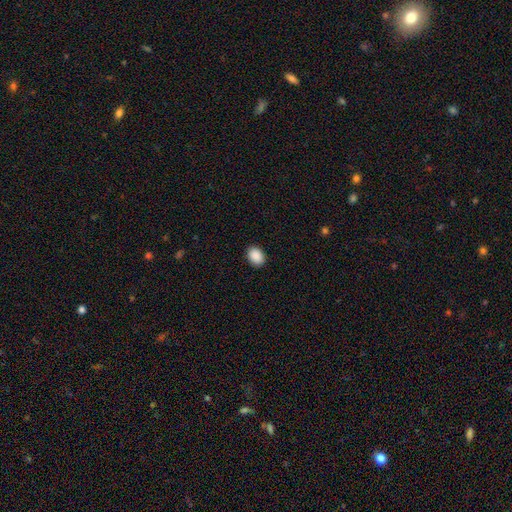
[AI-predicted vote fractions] Smooth or featured? Predicted: smooth (p=0.90). How rounded? Predicted: in between (p=0.65). Merging? Predicted: none (p=0.90).